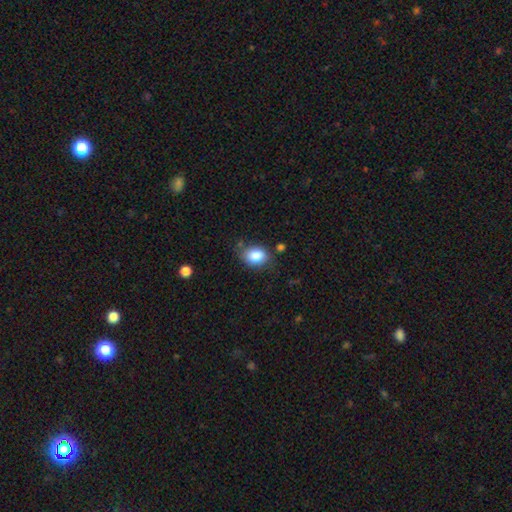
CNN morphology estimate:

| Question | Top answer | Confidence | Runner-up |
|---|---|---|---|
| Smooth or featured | smooth | 85% | star or artifact (8%) |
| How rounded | in between | 70% | round (29%) |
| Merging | none | 71% | minor disturbance (19%) |